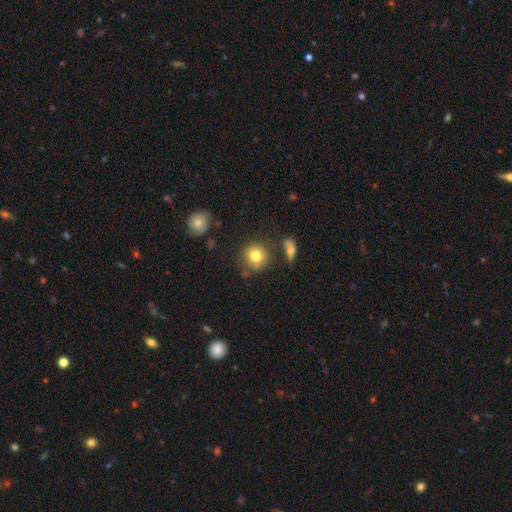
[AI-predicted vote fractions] A smooth galaxy with no disk features (81%) that is round (89%).

Vote fractions:
- Smooth or featured? smooth: 81% / star or artifact: 10% / featured or disk: 9%
- How rounded? round: 89% / in between: 10% / cigar-shaped: 1%
- Merging? none: 76% / minor disturbance: 12% / merger: 7% / major disturbance: 4%